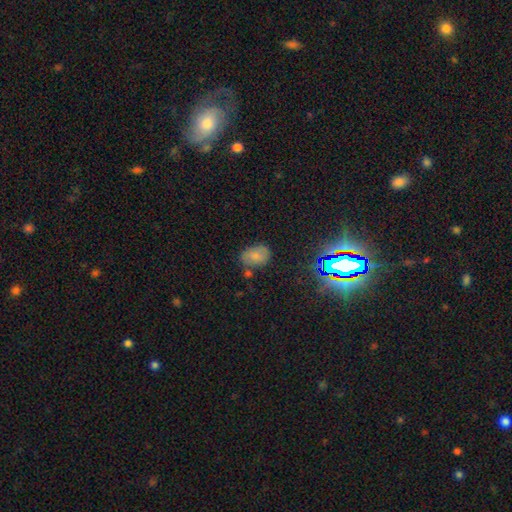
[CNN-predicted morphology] The model was most divided on "merging": none: 66%, minor disturbance: 20%, merger: 9%, major disturbance: 5%. More confident: how rounded — in between (79%); smooth or featured — smooth (72%).